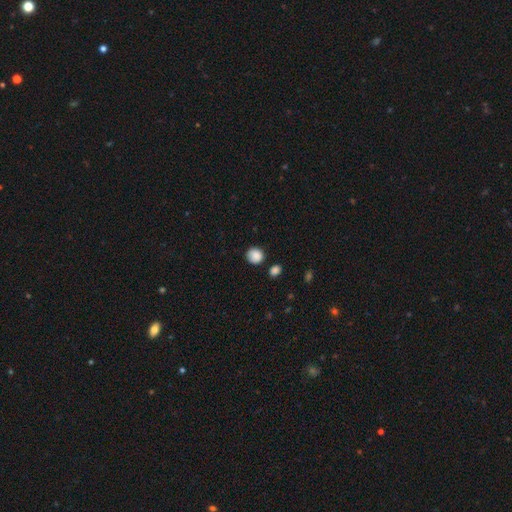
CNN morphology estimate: smooth_or_featured: smooth (p=0.88) [alt: star or artifact p=0.09]
how_rounded: round (p=0.85) [alt: in between p=0.14]
merging: none (p=0.81) [alt: minor disturbance p=0.11]